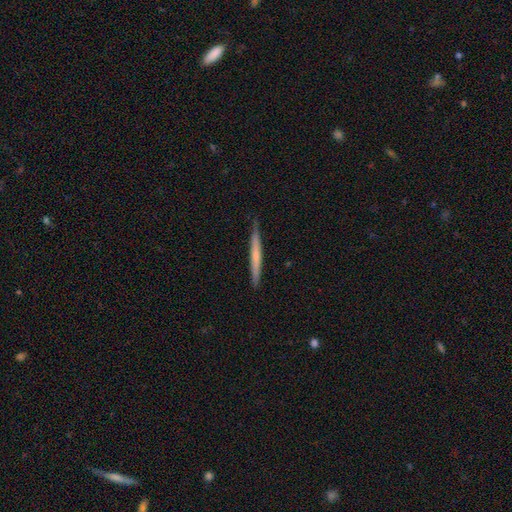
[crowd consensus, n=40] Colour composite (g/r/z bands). It shows a featured or disk galaxy (48%) viewed edge-on (100%) with no central bulge (79%). Merging: none (76%).